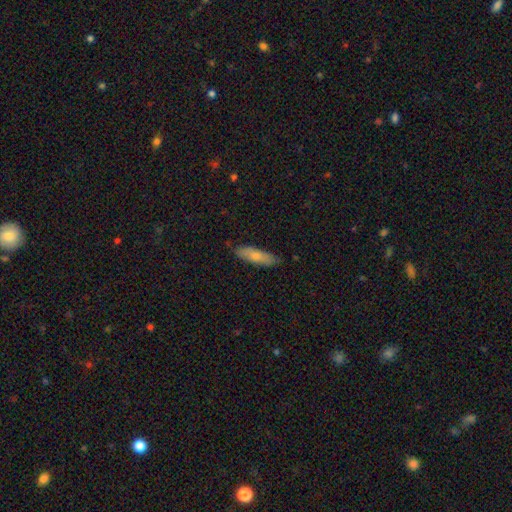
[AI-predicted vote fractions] Smooth or featured: smooth — 69% (featured or disk — 25%)
How rounded: cigar-shaped — 53% (in between — 45%)
Merging: none — 82% (minor disturbance — 14%)